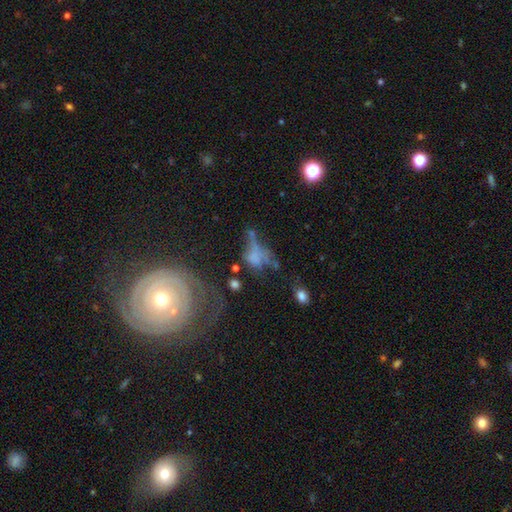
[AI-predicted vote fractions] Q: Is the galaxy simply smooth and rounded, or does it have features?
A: smooth — 41%.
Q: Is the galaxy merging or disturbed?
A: major disturbance — 35%.